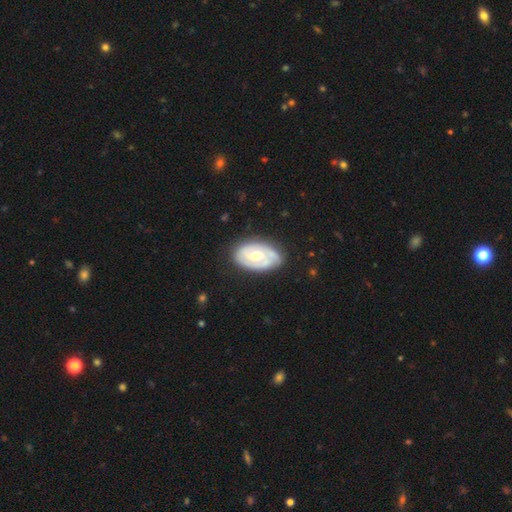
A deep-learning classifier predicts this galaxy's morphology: Smooth or featured: featured or disk — 72% (smooth — 24%)
Edge-on disk: no — 94% (yes — 6%)
Bar: no — 62% (weak — 29%)
Spiral arms: yes — 65% (no — 35%)
Bulge size: moderate — 73% (large — 15%)
Merging: none — 72% (minor disturbance — 20%)